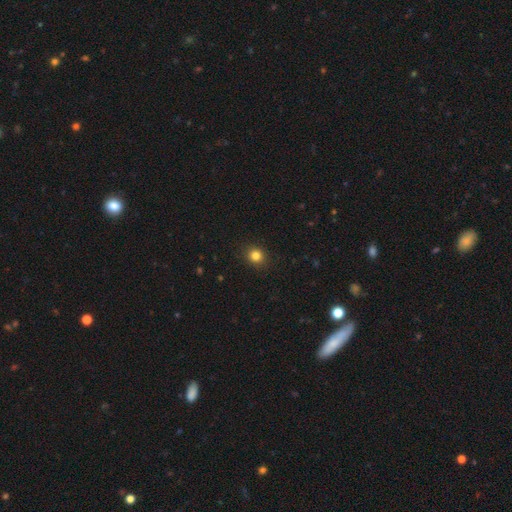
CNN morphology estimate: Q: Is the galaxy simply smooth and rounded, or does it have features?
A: smooth — 82%.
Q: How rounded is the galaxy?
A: round — 83%.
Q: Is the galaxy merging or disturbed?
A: none — 91%.